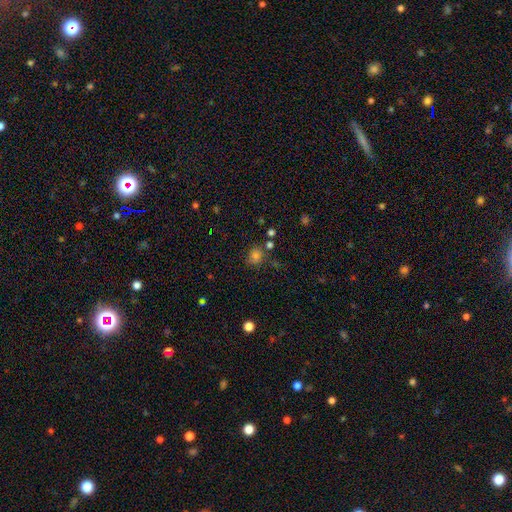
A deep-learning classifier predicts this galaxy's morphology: smooth_or_featured: smooth (p=0.77) [alt: star or artifact p=0.16]
how_rounded: round (p=0.73) [alt: in between p=0.26]
merging: none (p=0.74) [alt: minor disturbance p=0.14]